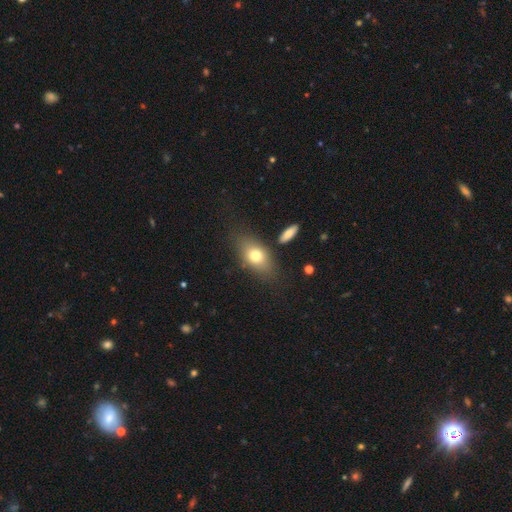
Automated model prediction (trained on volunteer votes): This is likely a smooth galaxy (73%). How rounded: likely in between (79%). Merging: likely none (71%).